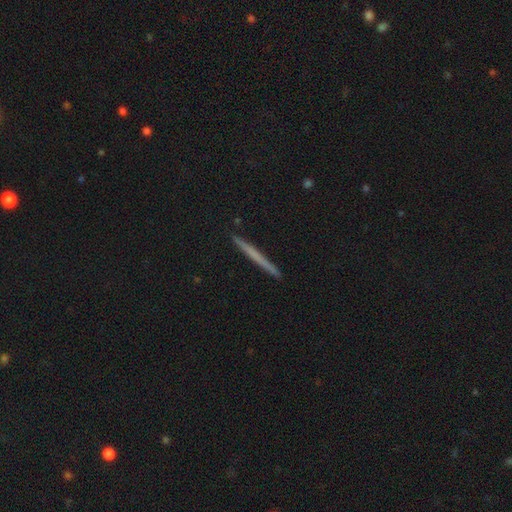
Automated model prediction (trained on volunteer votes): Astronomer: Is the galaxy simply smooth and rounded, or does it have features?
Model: smooth — 51% (runner-up: featured or disk, 43%).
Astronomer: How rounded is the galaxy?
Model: cigar-shaped — 97%.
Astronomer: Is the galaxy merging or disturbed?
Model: none — 92%.